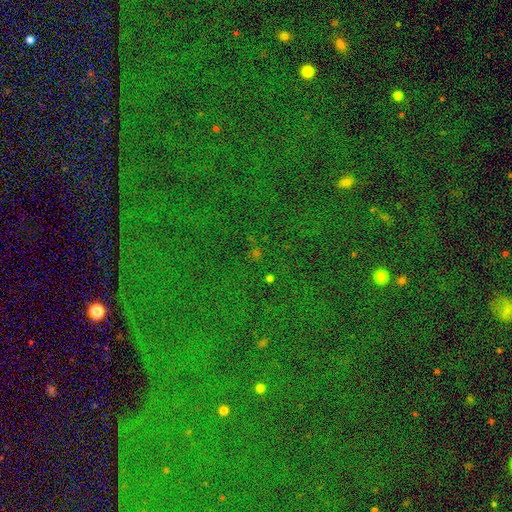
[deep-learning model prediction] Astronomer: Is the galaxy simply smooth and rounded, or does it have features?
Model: star or artifact — 85%.